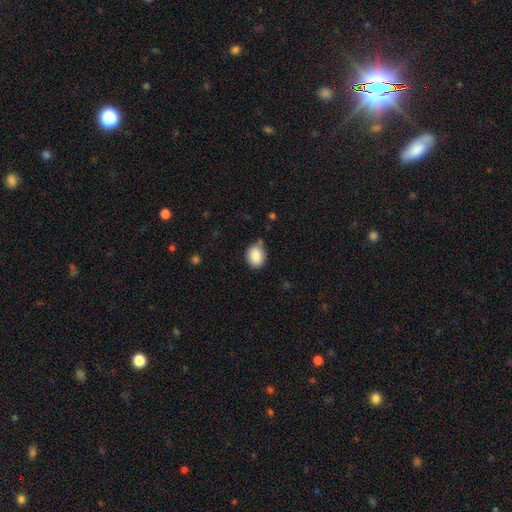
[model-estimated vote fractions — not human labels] smooth-or-featured: smooth: 86% | star or artifact: 8% | featured or disk: 6%
  how-rounded: round: 53% | in between: 46% | cigar-shaped: 1%
  merging: none: 69% | minor disturbance: 23% | merger: 4% | major disturbance: 4%